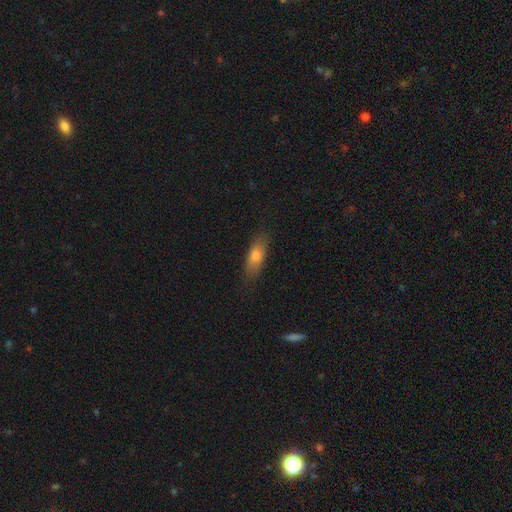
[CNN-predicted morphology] Overall: smooth (73%). How rounded: in between (62%; cigar-shaped 34%). Merging: none (81%).